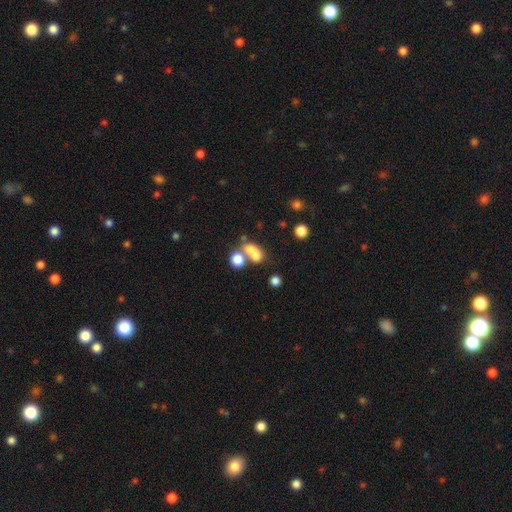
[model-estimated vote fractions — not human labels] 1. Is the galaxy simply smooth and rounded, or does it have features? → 68% smooth, 18% featured or disk, 14% star or artifact.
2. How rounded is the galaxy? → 54% in between, 43% round, 3% cigar-shaped.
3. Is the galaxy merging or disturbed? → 55% merger, 28% none, 9% minor disturbance, 8% major disturbance.